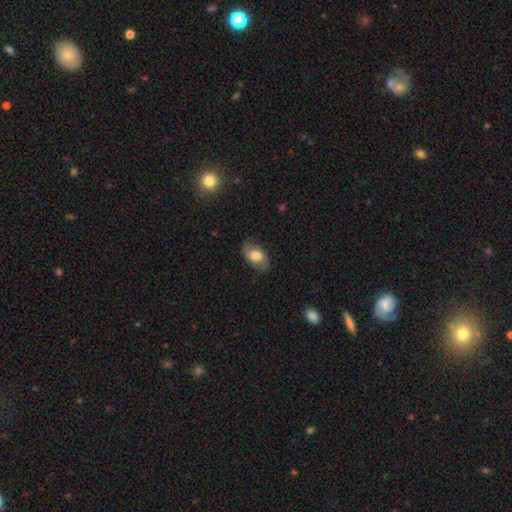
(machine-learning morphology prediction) This appears to be a smooth galaxy with no disk features (66%) that is in between round and cigar-shaped (88%). Merging: none (74%).